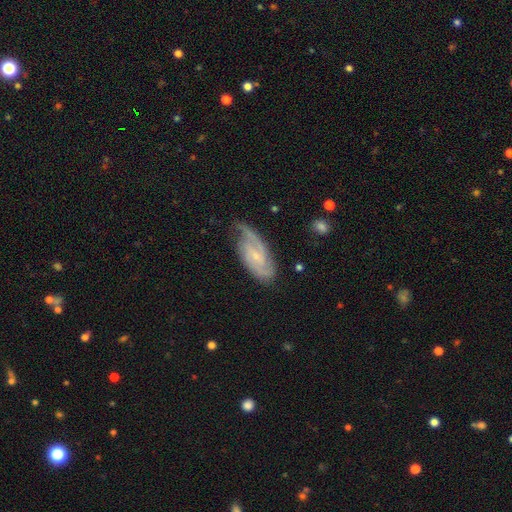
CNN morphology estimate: type=featured or disk (85%); edge-on=no (95%); bar=no (50%); spiral arms=yes (97%); winding=medium (45%); arm count=2 (63%); bulge=small (73%); merging=none (66%).